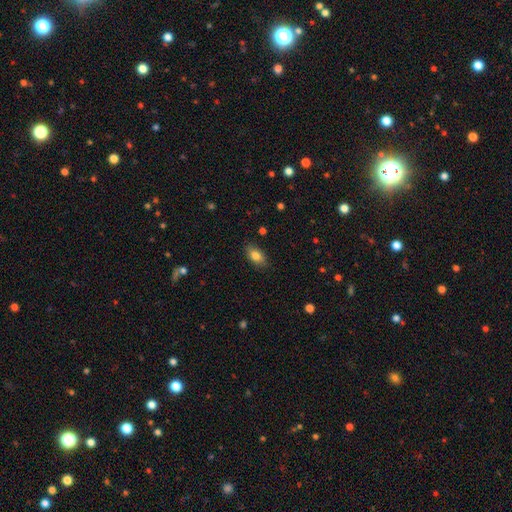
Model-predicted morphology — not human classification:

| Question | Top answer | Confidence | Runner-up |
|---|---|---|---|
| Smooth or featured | smooth | 82% | featured or disk (10%) |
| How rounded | in between | 88% | round (7%) |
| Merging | none | 85% | minor disturbance (11%) |